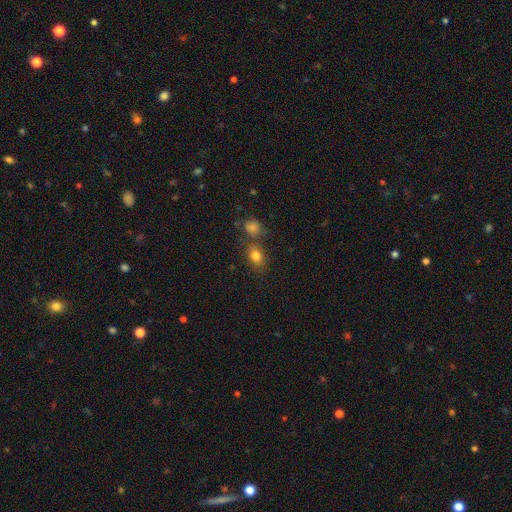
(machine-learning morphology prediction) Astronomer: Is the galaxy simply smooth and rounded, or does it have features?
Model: smooth — 81%.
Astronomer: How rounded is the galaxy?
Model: in between — 63%.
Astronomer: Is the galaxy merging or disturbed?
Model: none — 68%.